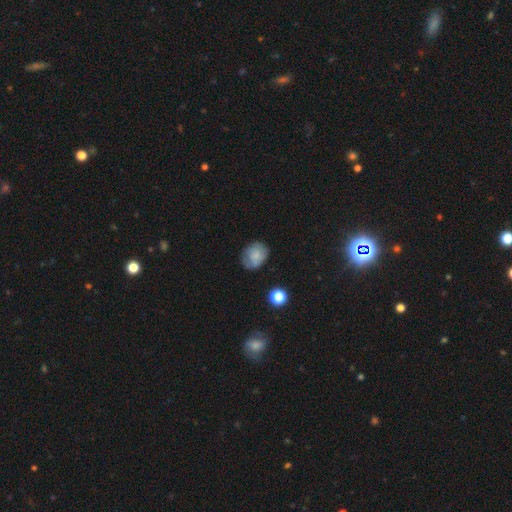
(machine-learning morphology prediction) This is likely a smooth galaxy (68%). How rounded: possibly in between (52%). Merging: likely none (64%).